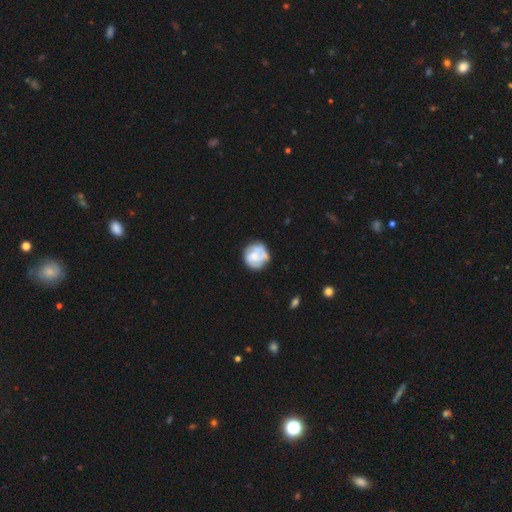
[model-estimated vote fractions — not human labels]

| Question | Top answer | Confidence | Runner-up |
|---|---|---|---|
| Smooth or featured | smooth | 48% | featured or disk (45%) |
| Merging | none | 66% | minor disturbance (22%) |